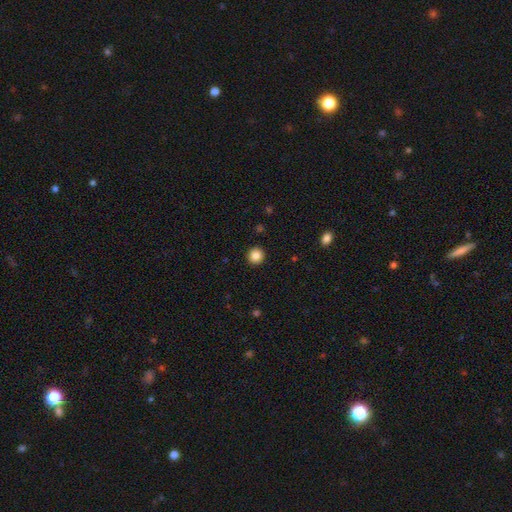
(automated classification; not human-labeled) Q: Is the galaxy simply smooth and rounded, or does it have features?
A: smooth — 86%.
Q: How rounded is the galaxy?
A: round — 94%.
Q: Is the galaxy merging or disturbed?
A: none — 93%.